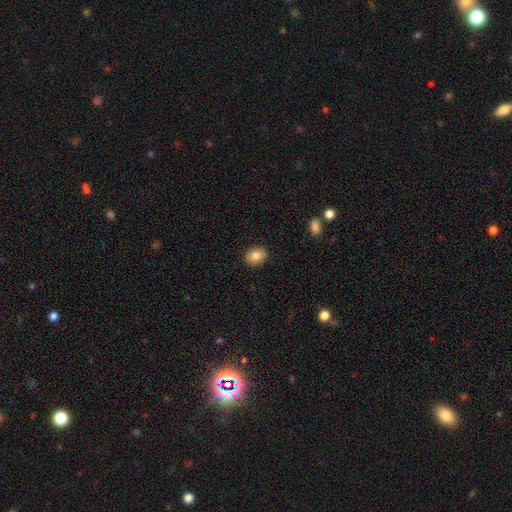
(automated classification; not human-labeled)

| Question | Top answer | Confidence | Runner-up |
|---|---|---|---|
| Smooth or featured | smooth | 83% | featured or disk (8%) |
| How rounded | round | 55% | in between (44%) |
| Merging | none | 90% | minor disturbance (7%) |